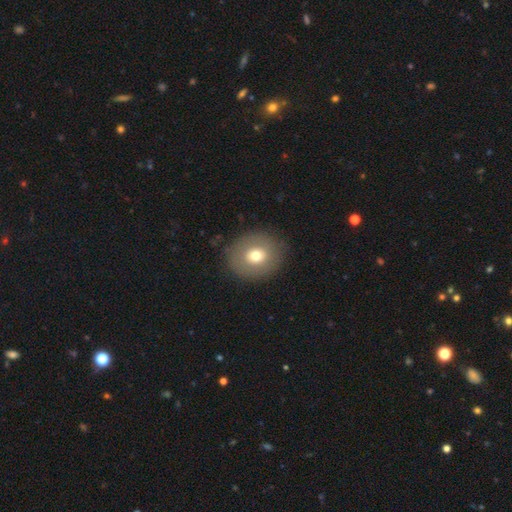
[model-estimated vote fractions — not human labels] Smooth or featured? smooth (68%)
How rounded? round (75%)
Merging? none (86%)